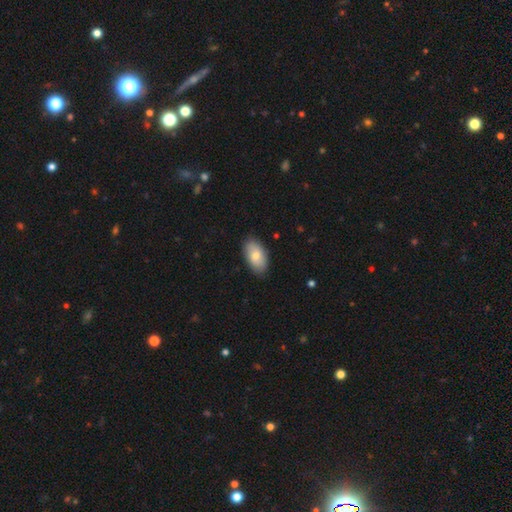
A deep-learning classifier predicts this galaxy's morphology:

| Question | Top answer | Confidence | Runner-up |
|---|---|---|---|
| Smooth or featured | smooth | 74% | featured or disk (20%) |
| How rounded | in between | 94% | round (4%) |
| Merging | none | 85% | minor disturbance (12%) |